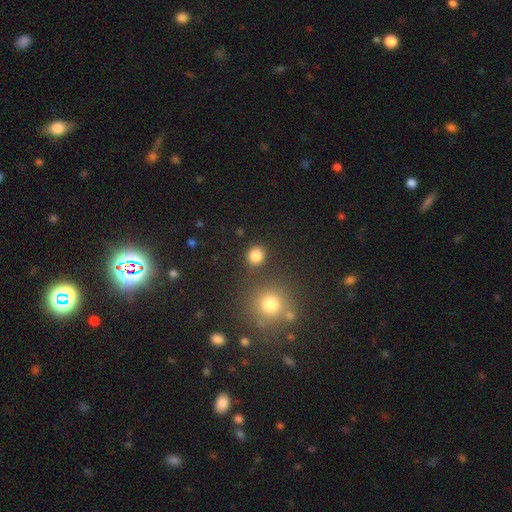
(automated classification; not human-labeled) smooth_or_featured: smooth (p=0.84) [alt: star or artifact p=0.13]
how_rounded: round (p=0.82) [alt: in between p=0.17]
merging: none (p=0.84) [alt: minor disturbance p=0.08]